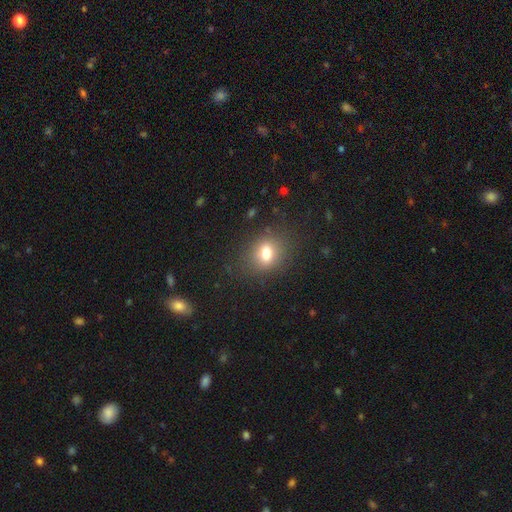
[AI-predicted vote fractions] Morphology: type=smooth (69%); roundness=round (68%); merging=none (89%).